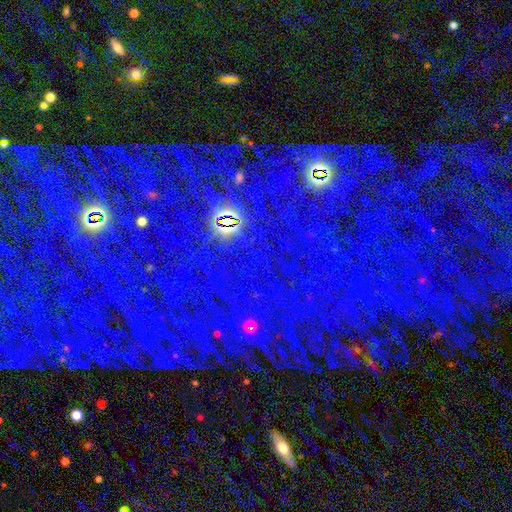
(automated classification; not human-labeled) Overall: star or artifact (74%).